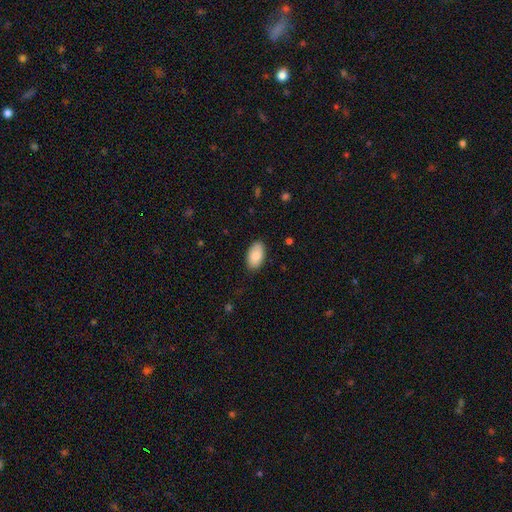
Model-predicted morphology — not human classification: Smooth or featured: smooth — 85% (featured or disk — 9%)
How rounded: in between — 95% (round — 4%)
Merging: none — 86% (minor disturbance — 11%)